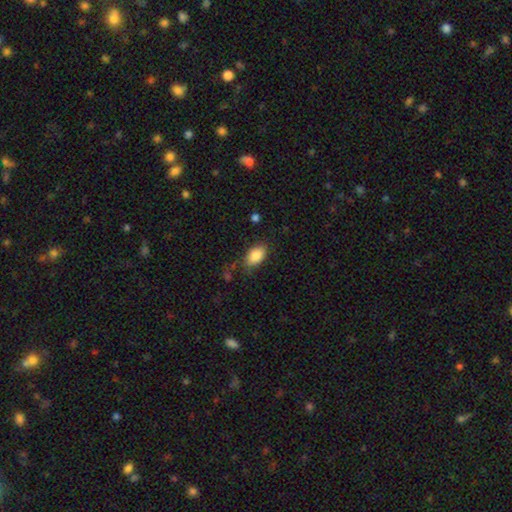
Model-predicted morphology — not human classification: This is clearly a smooth galaxy (86%). How rounded: clearly in between (91%). Merging: likely none (74%).